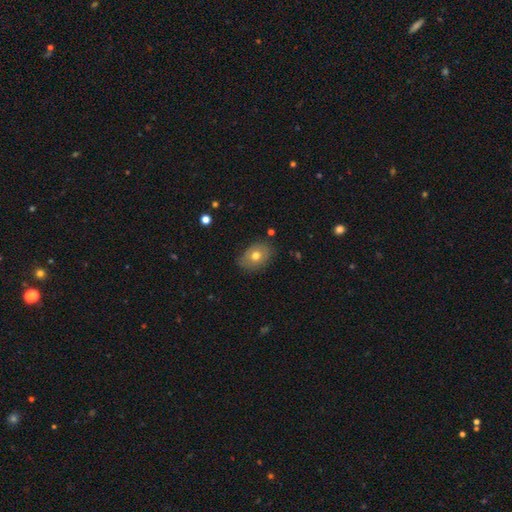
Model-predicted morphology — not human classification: This is likely a smooth galaxy (60%). How rounded: likely in between (72%). Merging: likely none (74%).